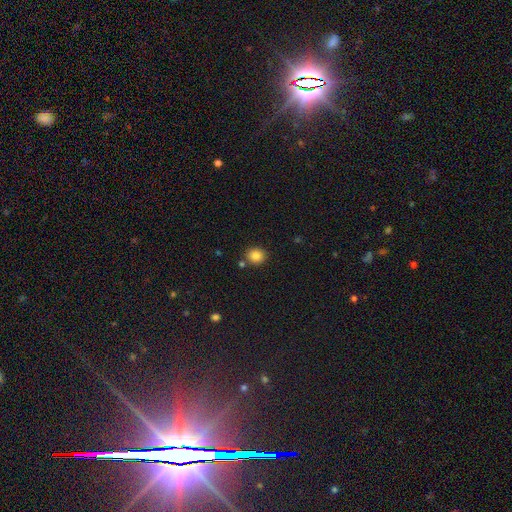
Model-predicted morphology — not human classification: Smooth or featured?
  - smooth: 85% *
  - star or artifact: 10%
  - featured or disk: 5%
How rounded?
  - round: 82% *
  - in between: 18%
  - cigar-shaped: 1%
Merging?
  - none: 81% *
  - minor disturbance: 9%
  - merger: 8%
  - major disturbance: 3%